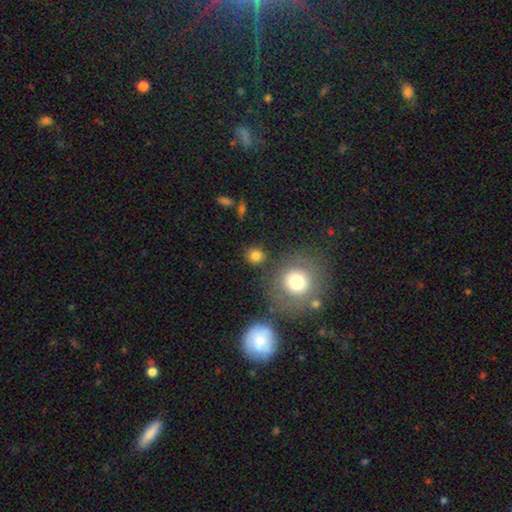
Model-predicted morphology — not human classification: A smooth galaxy with no disk features (80%) that is round (90%). Merging: none (81%).